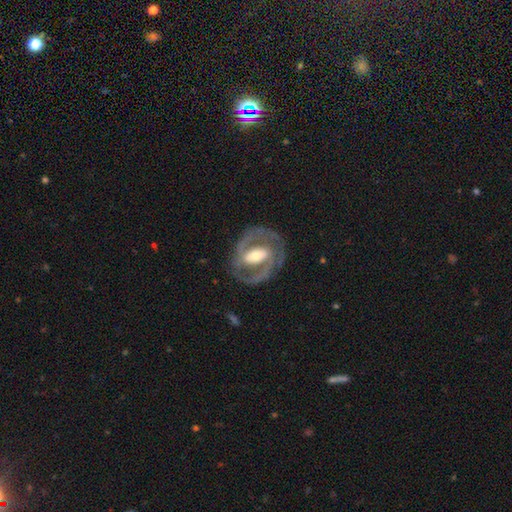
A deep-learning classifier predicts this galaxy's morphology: The model was most divided on "spiral winding": medium: 47%, tight: 44%, loose: 10%. More confident: edge-on disk — no (97%); spiral arms — yes (90%); spiral arm count — 2 (88%); smooth or featured — featured or disk (87%); merging — none (81%); bulge size — moderate (55%); bar — strong (51%).